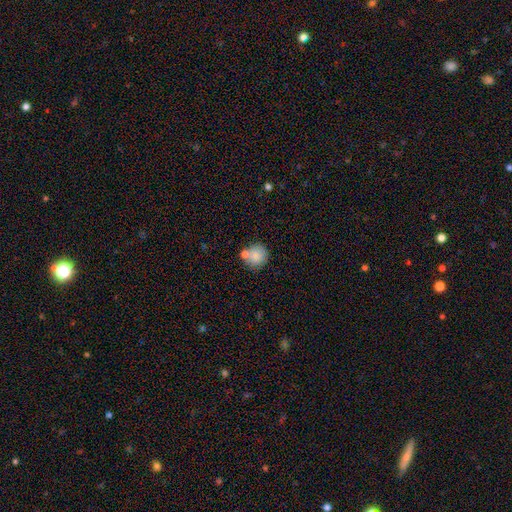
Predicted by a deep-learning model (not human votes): A smooth galaxy with no disk features (83%) that is round (89%).

Vote fractions:
- Smooth or featured? smooth: 83% / star or artifact: 9% / featured or disk: 8%
- How rounded? round: 89% / in between: 11% / cigar-shaped: 1%
- Merging? none: 61% / merger: 22% / minor disturbance: 13% / major disturbance: 4%